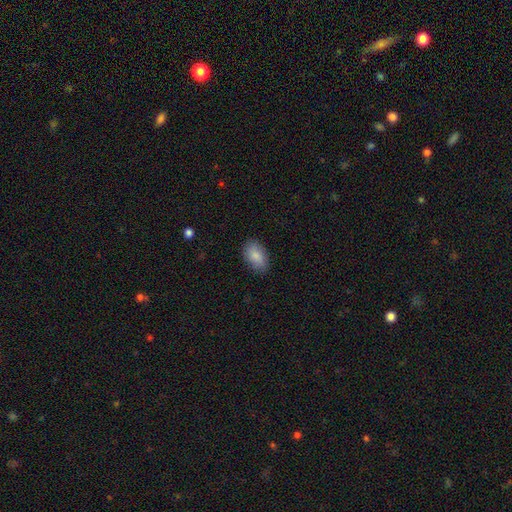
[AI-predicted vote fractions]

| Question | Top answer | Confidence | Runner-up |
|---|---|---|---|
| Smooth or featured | smooth | 86% | featured or disk (7%) |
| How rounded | in between | 92% | round (6%) |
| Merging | none | 84% | minor disturbance (12%) |